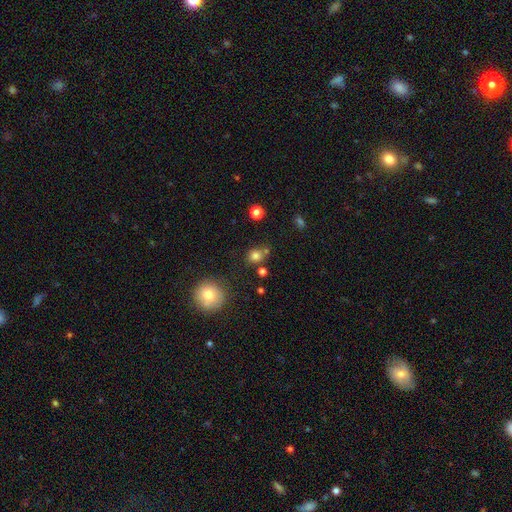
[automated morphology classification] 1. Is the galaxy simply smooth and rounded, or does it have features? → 78% smooth, 15% star or artifact, 7% featured or disk.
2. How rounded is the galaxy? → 75% round, 24% in between, 1% cigar-shaped.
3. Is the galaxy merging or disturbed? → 65% none, 17% merger, 13% minor disturbance, 5% major disturbance.